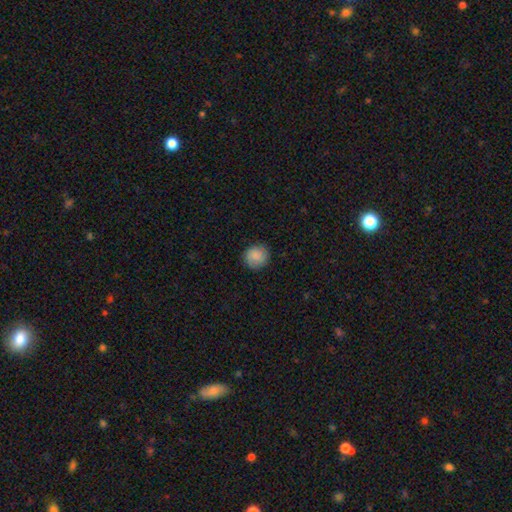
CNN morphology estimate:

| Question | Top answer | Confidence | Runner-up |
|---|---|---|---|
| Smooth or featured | smooth | 85% | featured or disk (7%) |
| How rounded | round | 90% | in between (9%) |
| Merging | none | 86% | minor disturbance (10%) |